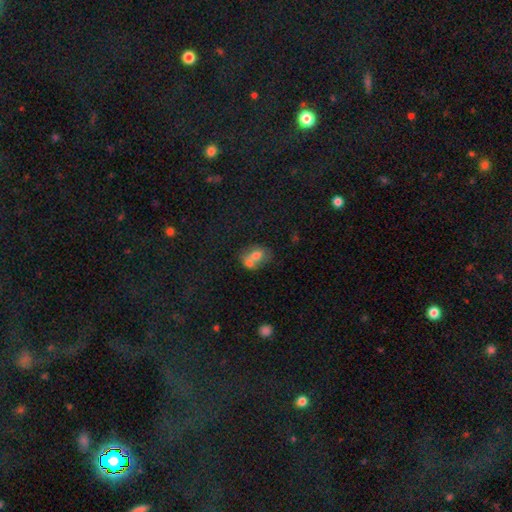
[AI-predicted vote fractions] This appears to be a smooth galaxy with no disk features (68%) that is in between round and cigar-shaped (61%). Merging: merger (65%).